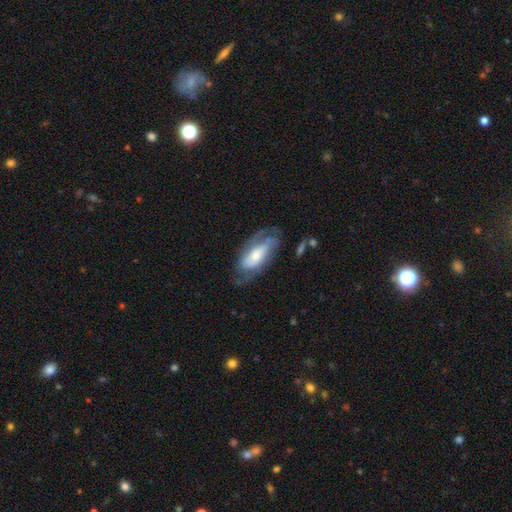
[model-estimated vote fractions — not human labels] This is likely a featured or disk galaxy (62%). It is clearly not viewed edge-on (88%). Bar: possibly no (54%). Spiral arm pattern: clearly yes (80%). Central bulge: marginally moderate (43%). Merging: possibly none (56%).